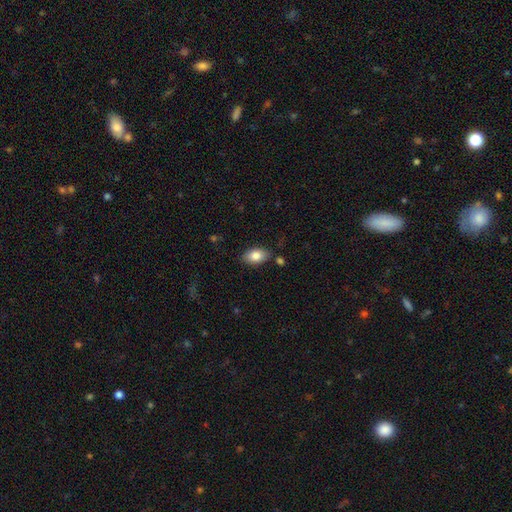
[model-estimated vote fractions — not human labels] This appears to be a smooth galaxy with no disk features (84%) that is in between round and cigar-shaped (92%). Merging: none (82%).